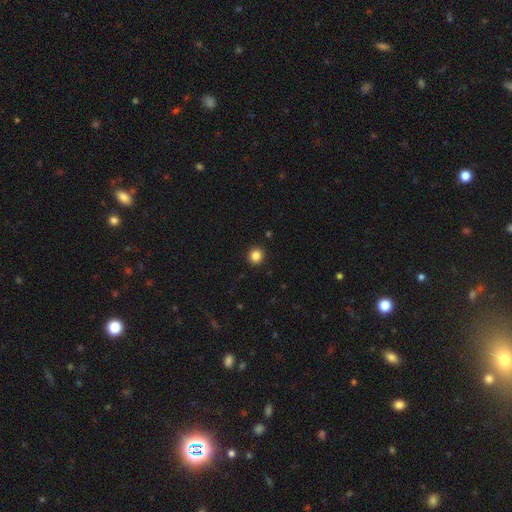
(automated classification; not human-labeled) smooth 85%, star or artifact 11%, featured or disk 4%. Down the decision tree: how rounded — round (90%); merging — none (93%).